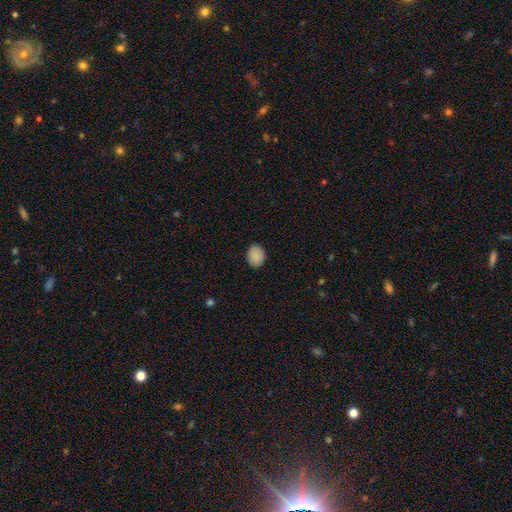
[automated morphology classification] Q: Smooth or featured?
A: smooth (89%); runner-up: star or artifact (8%)
Q: How rounded?
A: round (50%); runner-up: in between (49%)
Q: Merging?
A: none (87%); runner-up: minor disturbance (10%)